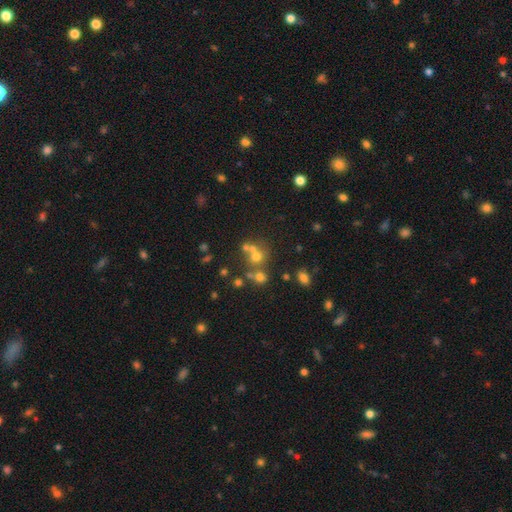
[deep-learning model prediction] Smooth or featured? Predicted: smooth (p=0.52). How rounded? Predicted: round (p=0.81). Merging? Predicted: none (p=0.48).